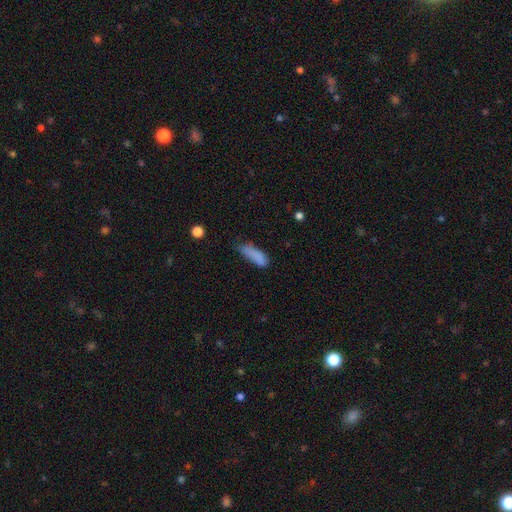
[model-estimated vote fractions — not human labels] Overall: smooth (83%). How rounded: in between (53%; cigar-shaped 44%). Merging: none (47%; minor disturbance 35%).